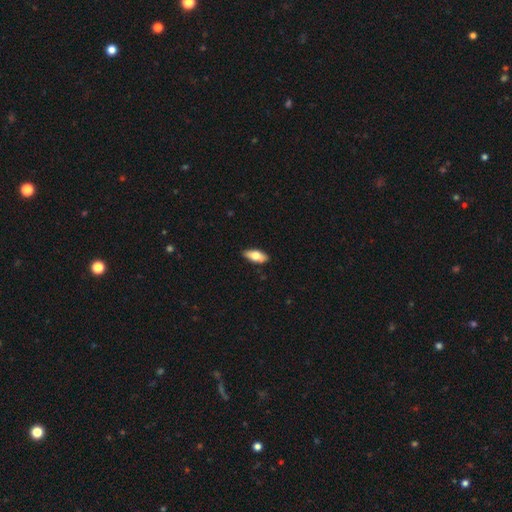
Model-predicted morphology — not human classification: Smooth or featured? Predicted: smooth (p=0.70). How rounded? Predicted: in between (p=0.83). Merging? Predicted: none (p=0.89).